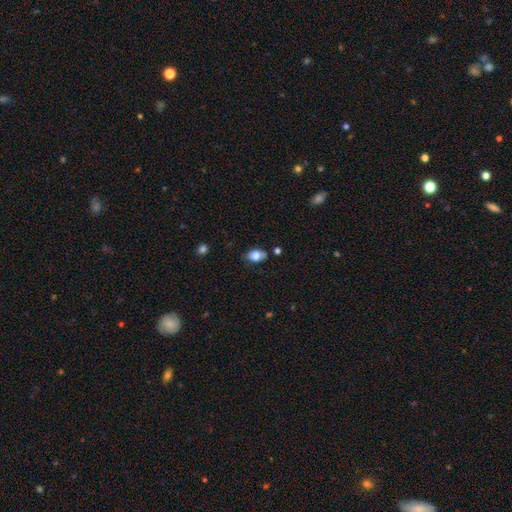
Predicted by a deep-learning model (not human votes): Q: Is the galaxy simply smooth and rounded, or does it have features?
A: smooth — 80%.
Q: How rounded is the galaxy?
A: in between — 84%.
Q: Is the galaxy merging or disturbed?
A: none — 74%.